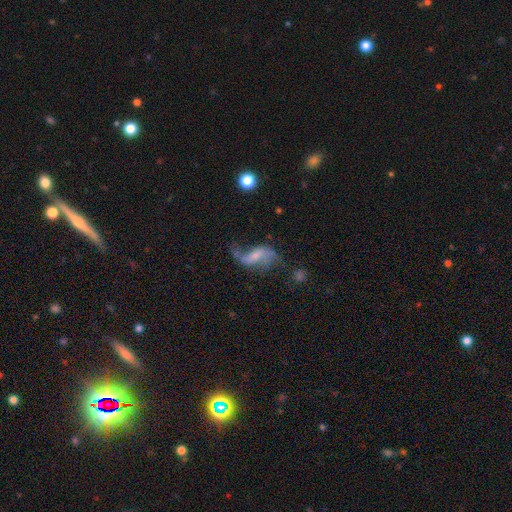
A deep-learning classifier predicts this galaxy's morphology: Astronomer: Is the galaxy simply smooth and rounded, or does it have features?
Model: featured or disk — 75%.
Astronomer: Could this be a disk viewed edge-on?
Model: no — 95%.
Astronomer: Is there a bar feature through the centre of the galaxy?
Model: weak — 42% (runner-up: no, 34%).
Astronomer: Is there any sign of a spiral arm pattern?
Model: yes — 87%.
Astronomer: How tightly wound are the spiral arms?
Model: loose — 87%.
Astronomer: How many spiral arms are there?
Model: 2 — 86%.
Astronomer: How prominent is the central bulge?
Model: small — 46% (runner-up: none, 27%).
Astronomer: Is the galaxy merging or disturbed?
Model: none — 46% (runner-up: major disturbance, 26%).